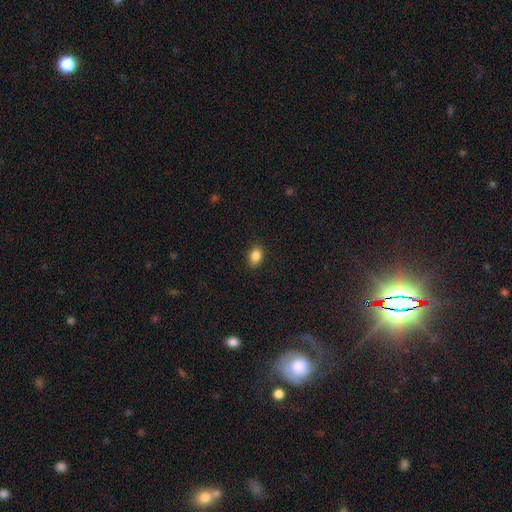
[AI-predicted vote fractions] This is clearly a smooth galaxy (86%). How rounded: likely in between (79%). Merging: clearly none (88%).